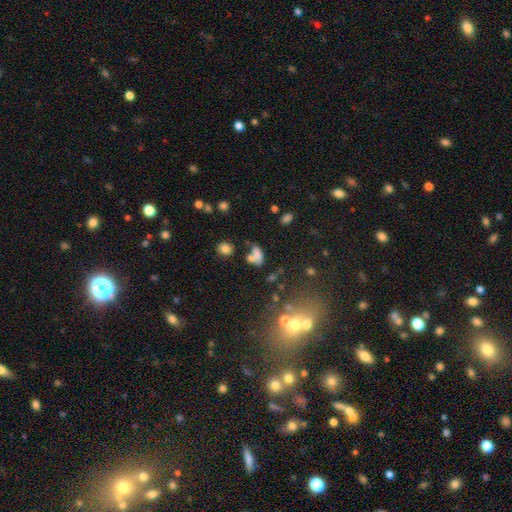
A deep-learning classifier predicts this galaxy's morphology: Smooth or featured? Predicted: smooth (p=0.67). How rounded? Predicted: in between (p=0.79). Merging? Predicted: merger (p=0.40).